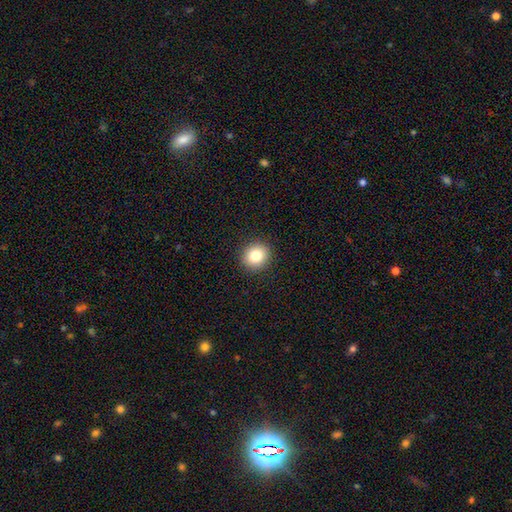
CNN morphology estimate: Overall: smooth (82%). How rounded: round (85%). Merging: none (92%).